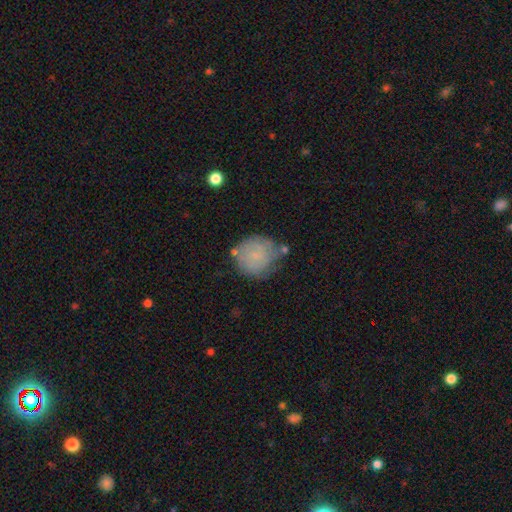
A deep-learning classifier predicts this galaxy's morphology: A smooth galaxy with no disk features (48%).

Vote fractions:
- Smooth or featured? smooth: 48% / featured or disk: 43% / star or artifact: 8%
- Merging? none: 58% / minor disturbance: 25% / major disturbance: 10% / merger: 7%